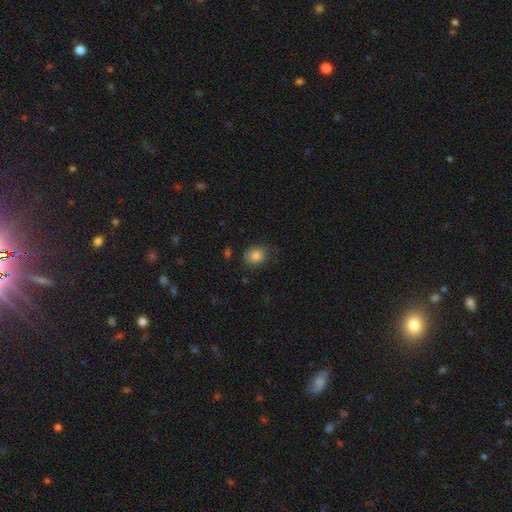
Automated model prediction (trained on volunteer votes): Smooth or featured? Predicted: smooth (p=0.83). How rounded? Predicted: round (p=0.54). Merging? Predicted: none (p=0.61).